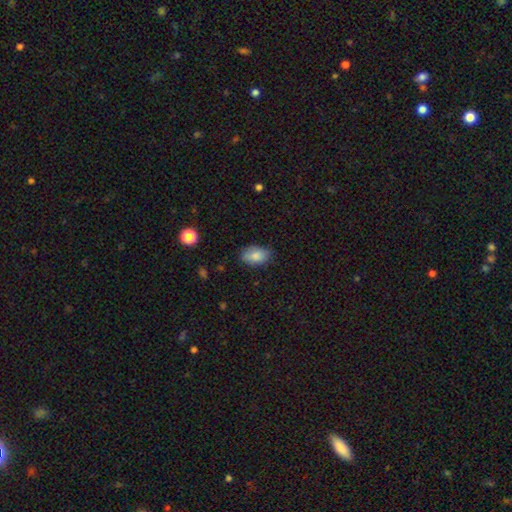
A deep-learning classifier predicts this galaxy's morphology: This is clearly a smooth galaxy (85%). How rounded: clearly in between (89%). Merging: likely none (78%).